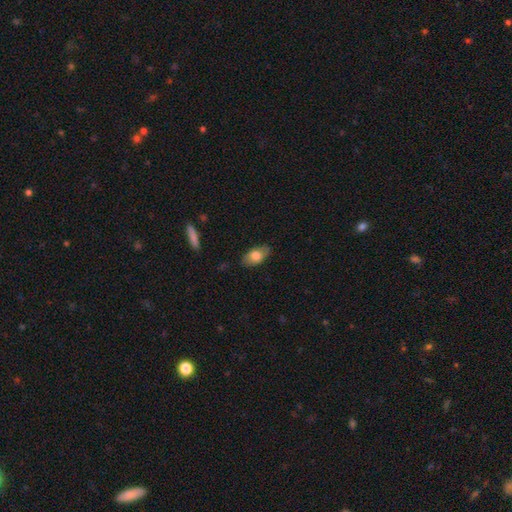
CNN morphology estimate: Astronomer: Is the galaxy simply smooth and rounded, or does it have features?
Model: smooth — 73%.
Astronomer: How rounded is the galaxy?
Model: in between — 90%.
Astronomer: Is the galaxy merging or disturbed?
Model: none — 82%.